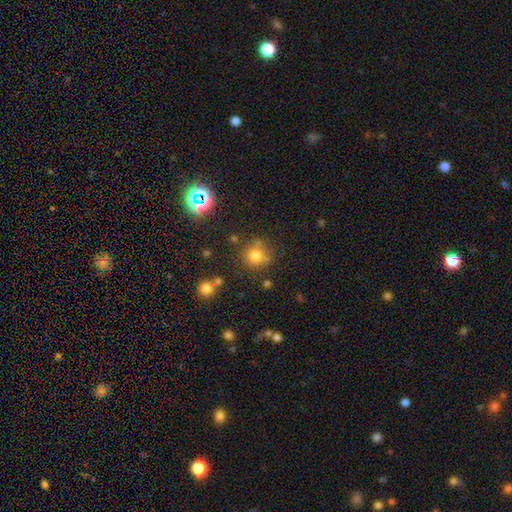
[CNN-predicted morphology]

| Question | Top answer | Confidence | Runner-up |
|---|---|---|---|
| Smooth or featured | smooth | 75% | star or artifact (16%) |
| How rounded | round | 91% | in between (8%) |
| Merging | none | 74% | minor disturbance (12%) |